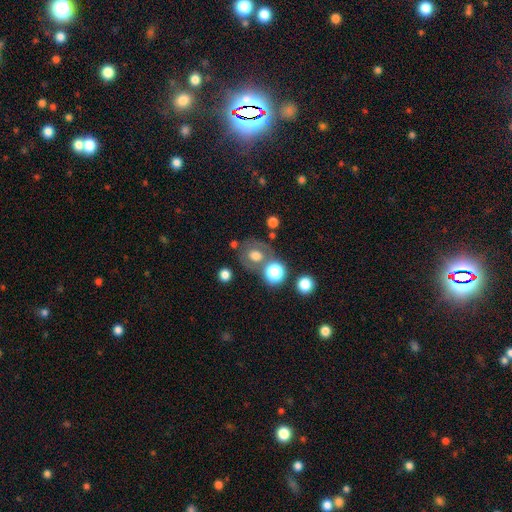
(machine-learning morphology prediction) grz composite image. It shows a smooth galaxy with no disk features (57%) that is round (71%). Merging: none (61%).